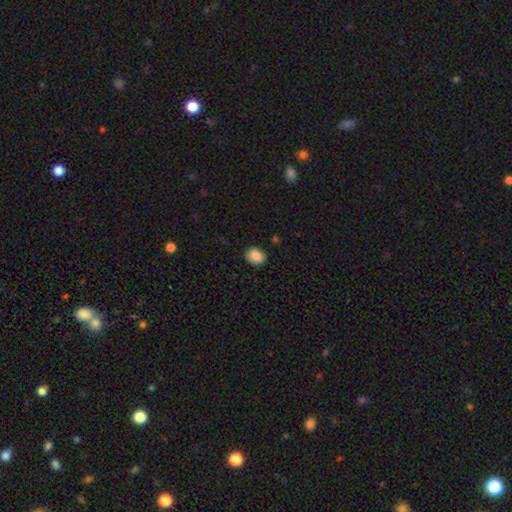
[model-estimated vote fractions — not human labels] Smooth or featured? Predicted: smooth (p=0.84). How rounded? Predicted: round (p=0.51). Merging? Predicted: none (p=0.84).